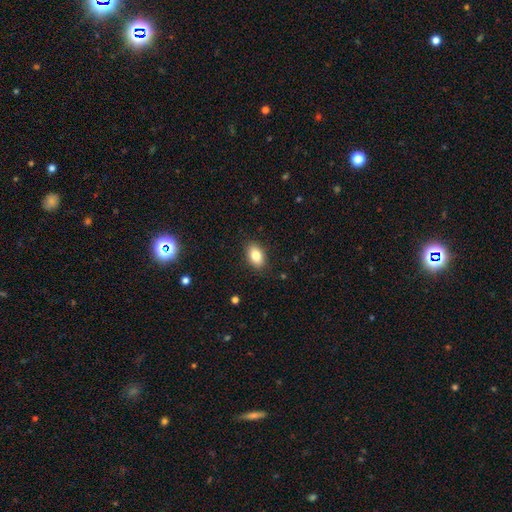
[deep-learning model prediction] This is clearly a smooth galaxy (82%). How rounded: clearly in between (89%). Merging: clearly none (87%).